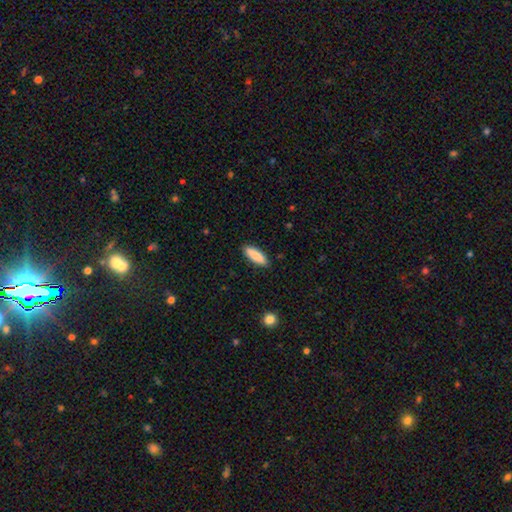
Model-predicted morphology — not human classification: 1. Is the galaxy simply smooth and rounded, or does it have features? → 83% smooth, 11% featured or disk, 6% star or artifact.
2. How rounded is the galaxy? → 55% in between, 43% cigar-shaped, 2% round.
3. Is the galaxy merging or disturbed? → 88% none, 9% minor disturbance, 2% major disturbance, 1% merger.